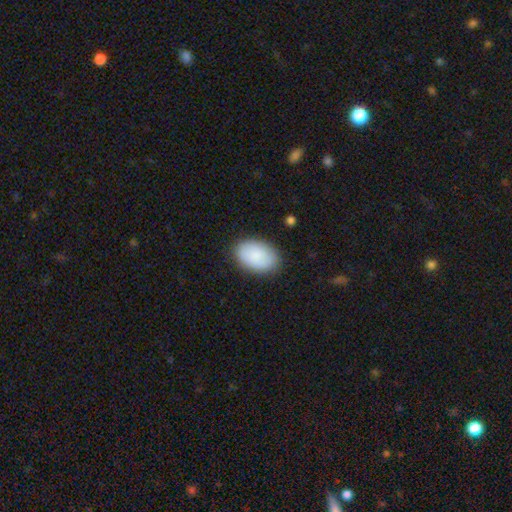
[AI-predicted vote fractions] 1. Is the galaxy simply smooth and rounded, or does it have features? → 87% smooth, 7% featured or disk, 6% star or artifact.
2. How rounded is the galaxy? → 90% in between, 9% round, 1% cigar-shaped.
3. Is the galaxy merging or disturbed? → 86% none, 10% minor disturbance, 3% major disturbance, 1% merger.